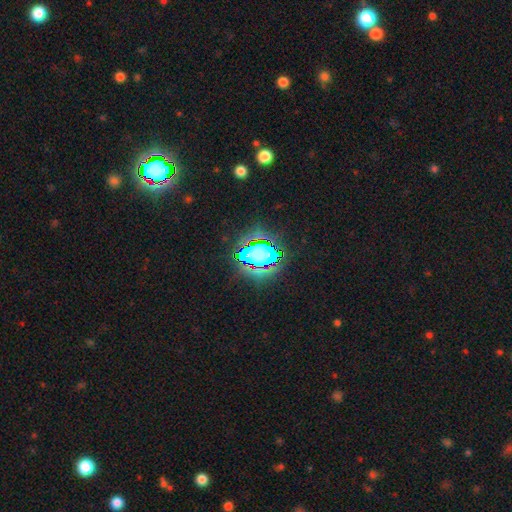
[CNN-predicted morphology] type=star or artifact (53%).